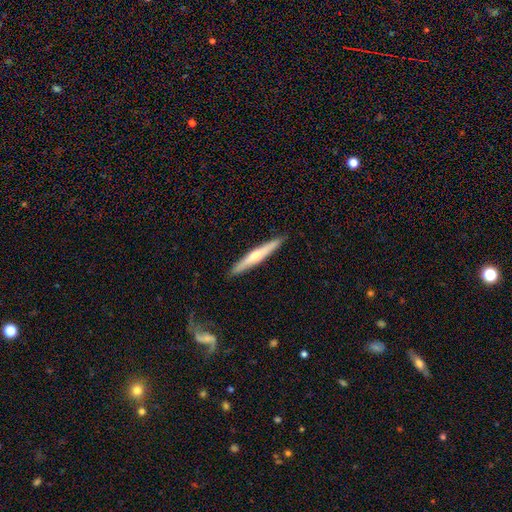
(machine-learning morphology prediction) A featured or disk galaxy (51%) viewed edge-on (95%). Merging: none (90%).